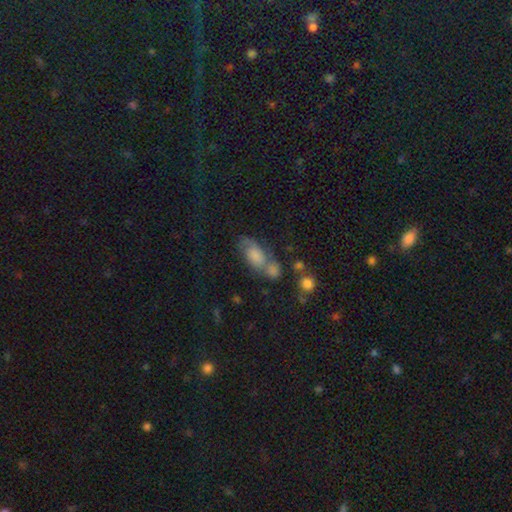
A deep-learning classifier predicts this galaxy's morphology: Q: Smooth or featured?
A: smooth (49%); runner-up: featured or disk (35%)
Q: Merging?
A: none (40%); runner-up: merger (28%)